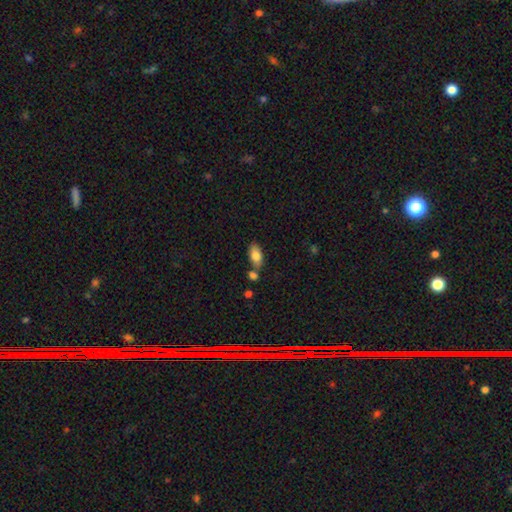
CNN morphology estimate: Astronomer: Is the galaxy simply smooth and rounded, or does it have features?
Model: smooth — 82%.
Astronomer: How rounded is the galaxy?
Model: in between — 91%.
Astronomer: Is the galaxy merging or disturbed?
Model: none — 66%.